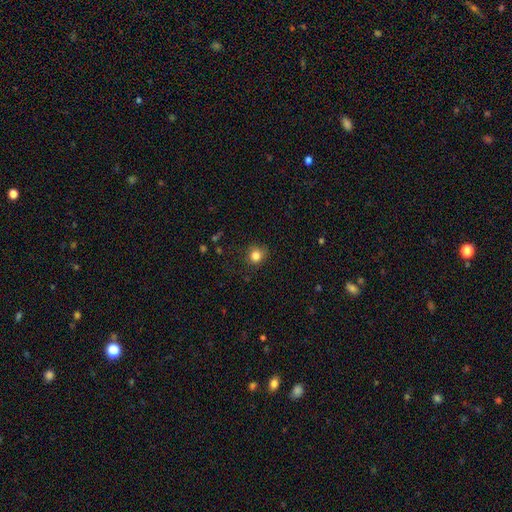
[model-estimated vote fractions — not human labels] Smooth or featured?
  - smooth: 84% *
  - star or artifact: 12%
  - featured or disk: 4%
How rounded?
  - round: 84% *
  - in between: 15%
  - cigar-shaped: 1%
Merging?
  - none: 82% *
  - minor disturbance: 13%
  - major disturbance: 3%
  - merger: 1%